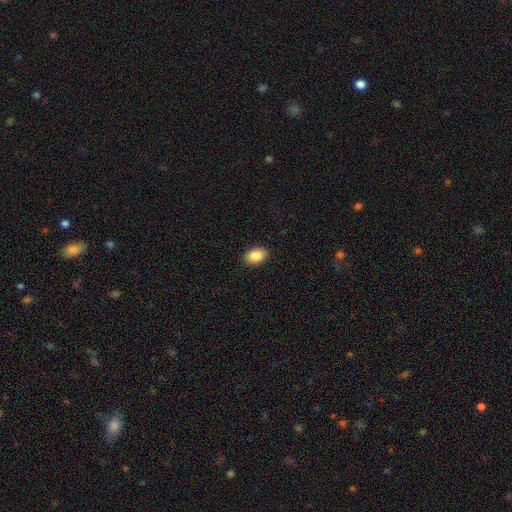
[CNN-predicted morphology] smooth 87%, star or artifact 8%, featured or disk 6%. Down the decision tree: how rounded — in between (84%); merging — none (90%).